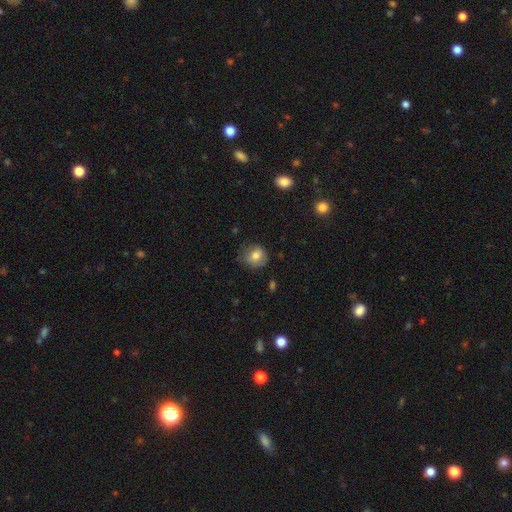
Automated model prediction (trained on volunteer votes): Overall: smooth (78%). How rounded: round (78%). Merging: none (69%).